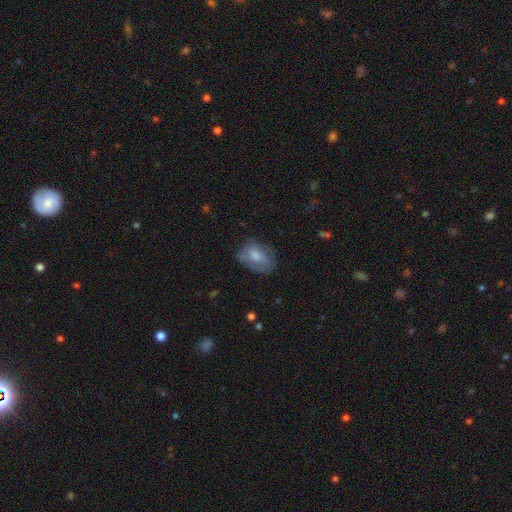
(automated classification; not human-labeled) This is likely a smooth galaxy (64%). How rounded: likely in between (79%). Merging: possibly none (59%).